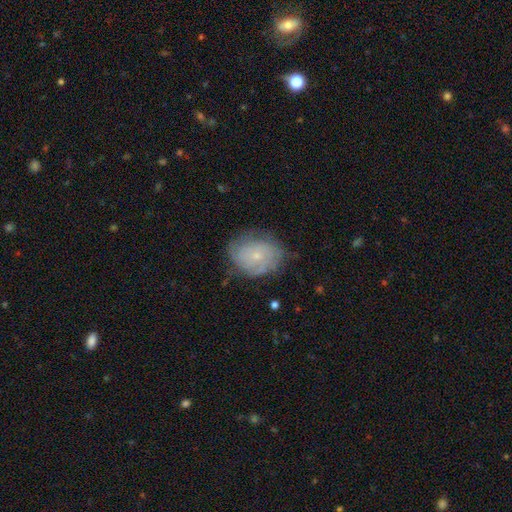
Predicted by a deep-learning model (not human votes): Q: Smooth or featured?
A: featured or disk (52%); runner-up: smooth (39%)
Q: Edge-on disk?
A: no (97%); runner-up: yes (3%)
Q: Bar?
A: no (84%); runner-up: weak (14%)
Q: Spiral arms?
A: yes (73%); runner-up: no (27%)
Q: Bulge size?
A: small (76%); runner-up: moderate (19%)
Q: Merging?
A: none (65%); runner-up: minor disturbance (24%)